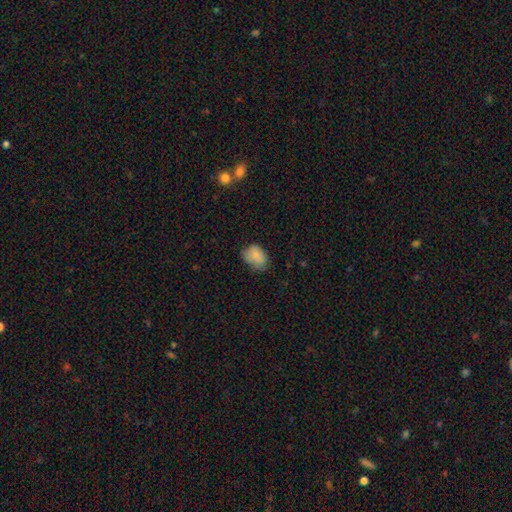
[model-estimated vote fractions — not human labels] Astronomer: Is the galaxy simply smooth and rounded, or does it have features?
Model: smooth — 84%.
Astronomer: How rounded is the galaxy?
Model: in between — 74%.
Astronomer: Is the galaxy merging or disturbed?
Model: none — 60%.